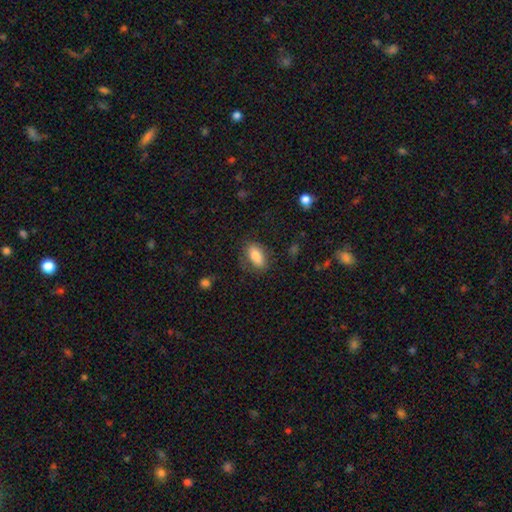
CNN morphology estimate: This appears to be a smooth galaxy with no disk features (82%) that is in between round and cigar-shaped (88%). Merging: none (77%).